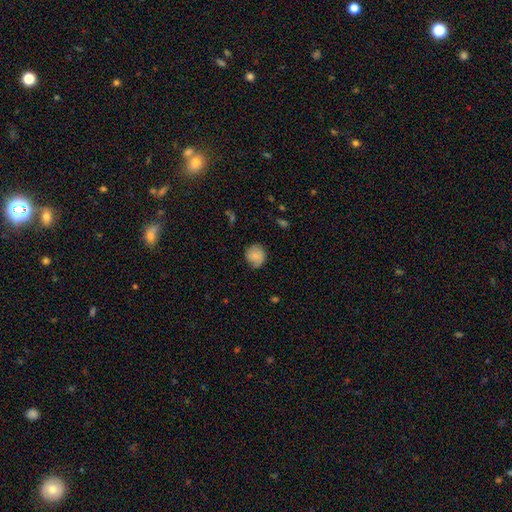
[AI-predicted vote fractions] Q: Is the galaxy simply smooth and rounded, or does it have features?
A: smooth — 74%.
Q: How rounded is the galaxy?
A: round — 82%.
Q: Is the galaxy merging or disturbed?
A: none — 69%.